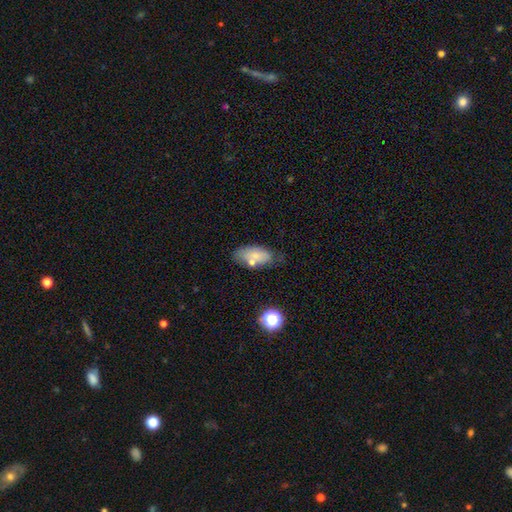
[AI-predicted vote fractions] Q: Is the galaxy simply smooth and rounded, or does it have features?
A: smooth — 74%.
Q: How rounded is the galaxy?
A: in between — 89%.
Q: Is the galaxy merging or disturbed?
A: none — 59%.